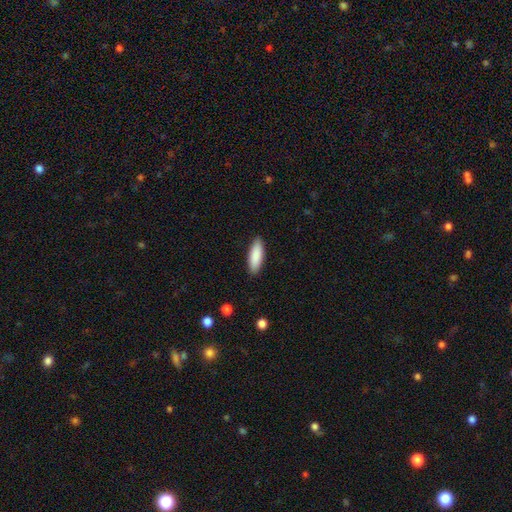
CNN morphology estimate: This appears to be a smooth galaxy with no disk features (88%) that is in between round and cigar-shaped (60%). Merging: none (89%).